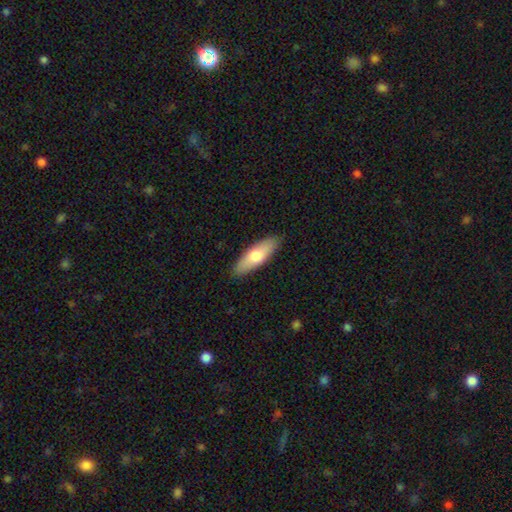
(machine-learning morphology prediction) smooth 69%, featured or disk 25%, star or artifact 5%. Down the decision tree: how rounded — in between (54%); merging — none (88%).